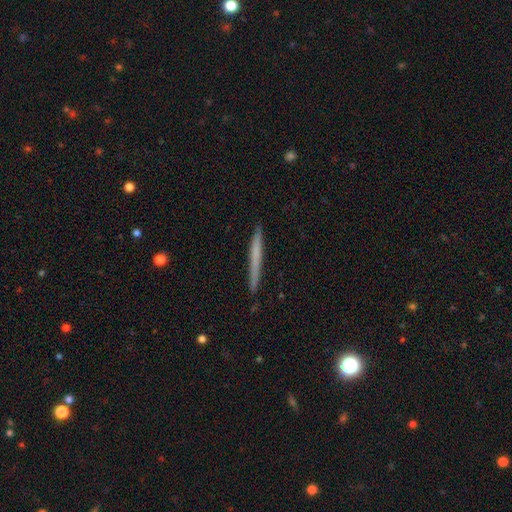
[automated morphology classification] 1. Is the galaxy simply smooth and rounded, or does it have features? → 55% smooth, 39% featured or disk, 6% star or artifact.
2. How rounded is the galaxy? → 97% cigar-shaped, 2% in between, 1% round.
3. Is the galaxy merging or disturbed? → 90% none, 7% minor disturbance, 1% major disturbance, 1% merger.